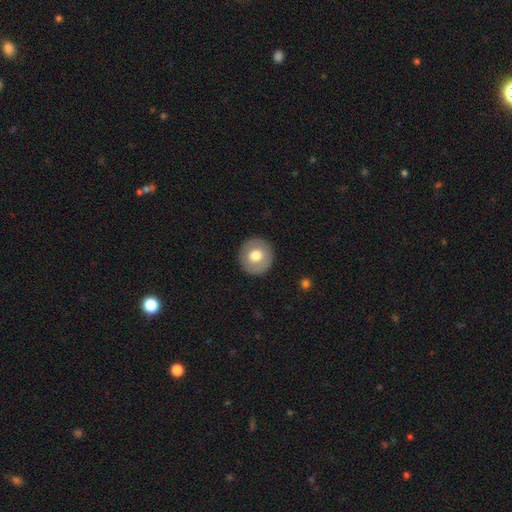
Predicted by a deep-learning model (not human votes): smooth-or-featured: smooth: 67% | featured or disk: 26% | star or artifact: 7%
  how-rounded: round: 94% | in between: 5% | cigar-shaped: 1%
  merging: none: 91% | minor disturbance: 6% | major disturbance: 2% | merger: 1%